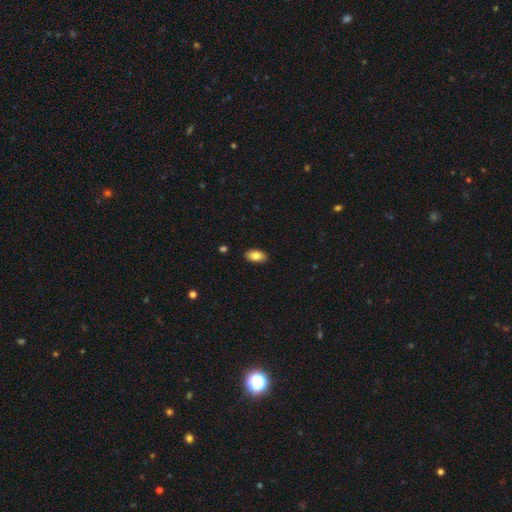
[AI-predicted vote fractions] Smooth or featured? Predicted: smooth (p=0.85). How rounded? Predicted: in between (p=0.93). Merging? Predicted: none (p=0.88).